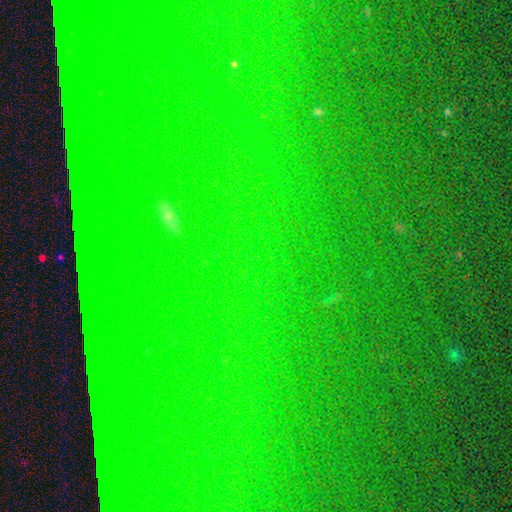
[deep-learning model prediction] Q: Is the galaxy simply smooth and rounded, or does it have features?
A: star or artifact — 80%.